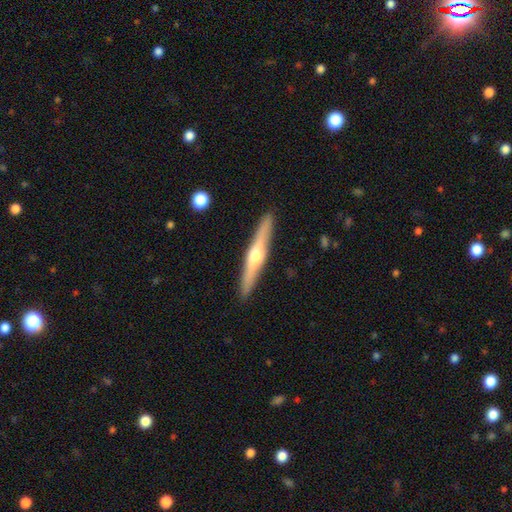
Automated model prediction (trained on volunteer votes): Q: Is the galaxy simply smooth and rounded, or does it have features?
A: featured or disk — 67%.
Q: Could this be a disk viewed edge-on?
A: yes — 97%.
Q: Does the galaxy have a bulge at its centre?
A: rounded — 92%.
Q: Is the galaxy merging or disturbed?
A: none — 91%.